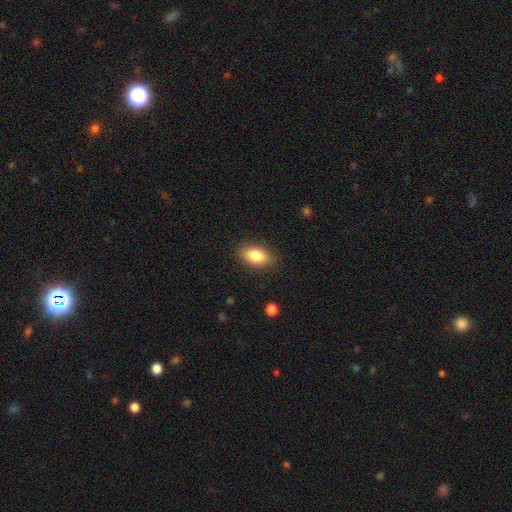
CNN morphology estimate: smooth 82%, featured or disk 10%, star or artifact 7%. Down the decision tree: how rounded — in between (88%); merging — none (86%).